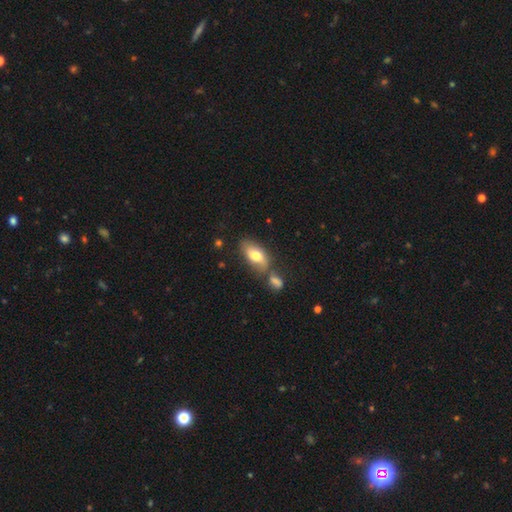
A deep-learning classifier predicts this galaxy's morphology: smooth-or-featured: smooth: 73% | featured or disk: 20% | star or artifact: 7%
  how-rounded: in between: 91% | cigar-shaped: 5% | round: 4%
  merging: none: 57% | merger: 21% | minor disturbance: 17% | major disturbance: 5%